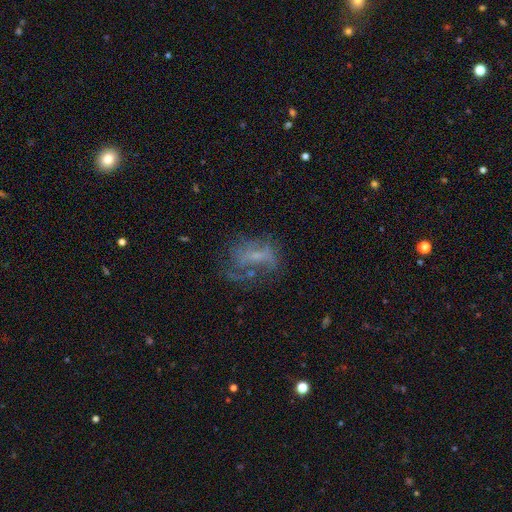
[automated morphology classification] smooth-or-featured: featured or disk: 54% | smooth: 30% | star or artifact: 16%
  disk-edge-on: no: 95% | yes: 5%
    bar: no: 54% | weak: 35% | strong: 11%
    has-spiral-arms: no: 54% | yes: 46%
    bulge-size: small: 48% | none: 33% | moderate: 16% | large: 2% | dominant: 1%
  merging: none: 40% | major disturbance: 35% | minor disturbance: 21% | merger: 4%